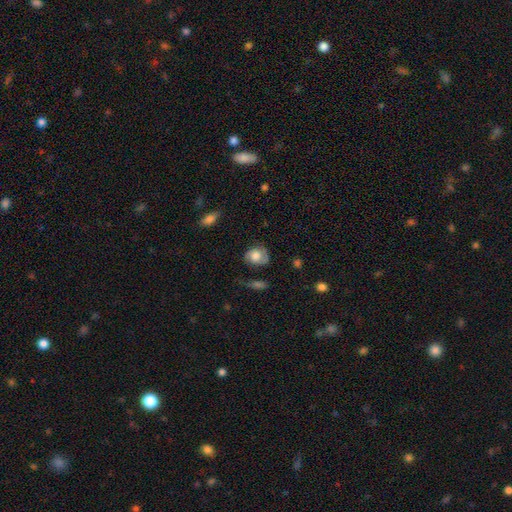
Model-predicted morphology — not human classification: This appears to be a smooth galaxy with no disk features (57%) that is round (55%). Merging: none (53%).